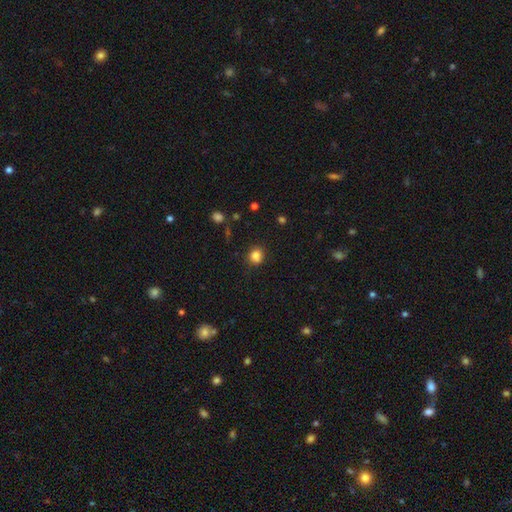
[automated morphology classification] This is clearly a smooth galaxy (83%). How rounded: likely round (77%). Merging: likely none (78%).